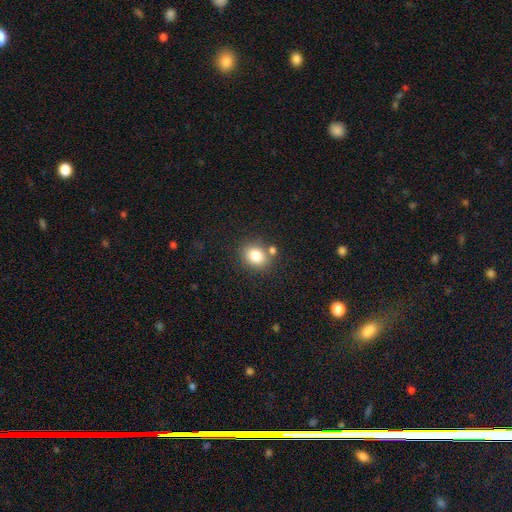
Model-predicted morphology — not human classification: Smooth or featured? Predicted: smooth (p=0.82). How rounded? Predicted: round (p=0.57). Merging? Predicted: none (p=0.73).